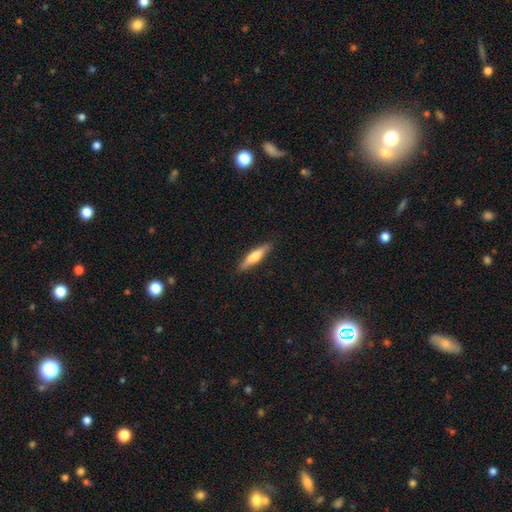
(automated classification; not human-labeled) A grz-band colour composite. It shows a smooth galaxy with no disk features (64%) that is cigar-shaped (83%). Merging: none (88%).